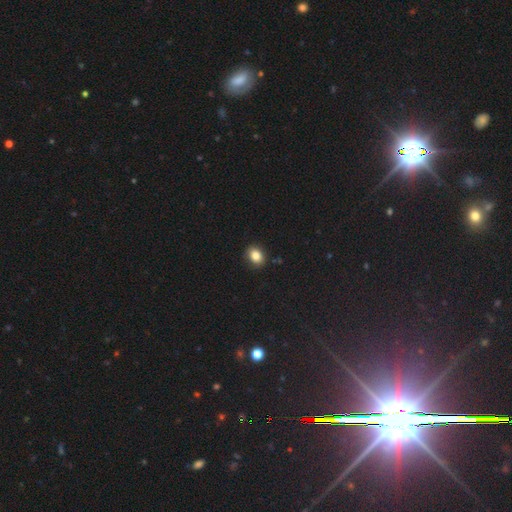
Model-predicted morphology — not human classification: smooth 84%, star or artifact 10%, featured or disk 6%. Down the decision tree: how rounded — in between (56%); merging — none (88%).